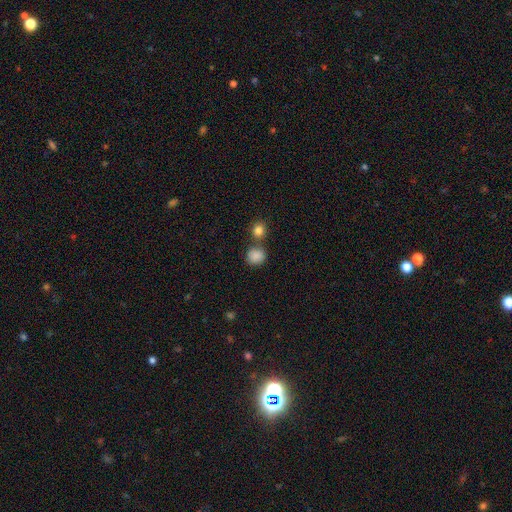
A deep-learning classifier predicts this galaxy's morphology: A smooth galaxy with no disk features (86%) that is round (85%).

Vote fractions:
- Smooth or featured? smooth: 86% / star or artifact: 10% / featured or disk: 4%
- How rounded? round: 85% / in between: 14% / cigar-shaped: 1%
- Merging? none: 62% / merger: 24% / minor disturbance: 10% / major disturbance: 4%